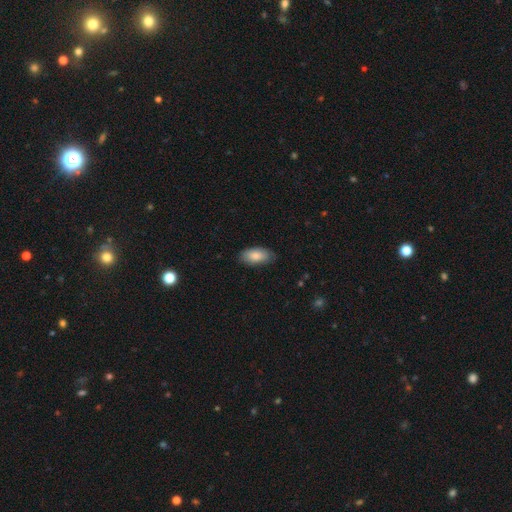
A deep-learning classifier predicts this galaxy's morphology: smooth-or-featured: smooth: 85% | featured or disk: 9% | star or artifact: 6%
  how-rounded: in between: 93% | cigar-shaped: 5% | round: 2%
  merging: none: 83% | minor disturbance: 14% | major disturbance: 2% | merger: 1%